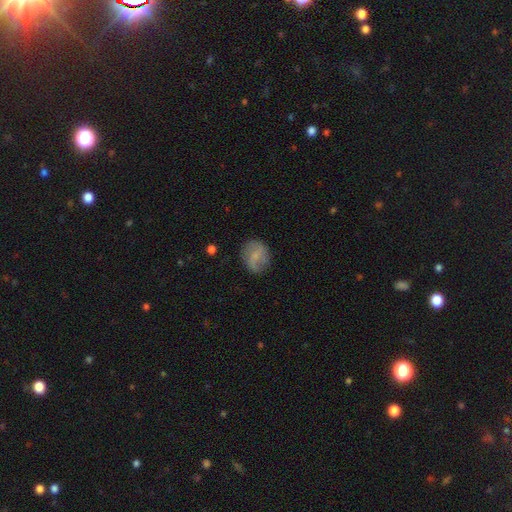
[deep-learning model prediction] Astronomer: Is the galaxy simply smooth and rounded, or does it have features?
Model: smooth — 60%.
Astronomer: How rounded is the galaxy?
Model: round — 65%.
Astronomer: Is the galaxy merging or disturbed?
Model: none — 73%.